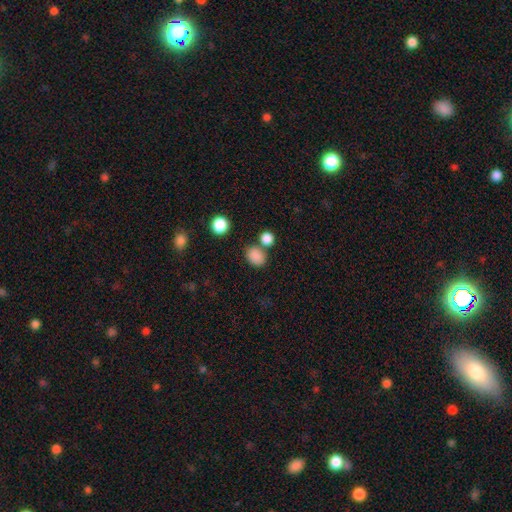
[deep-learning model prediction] The model was most divided on "how rounded": in between: 52%, round: 47%, cigar-shaped: 1%. More confident: smooth or featured — smooth (85%); merging — none (67%).